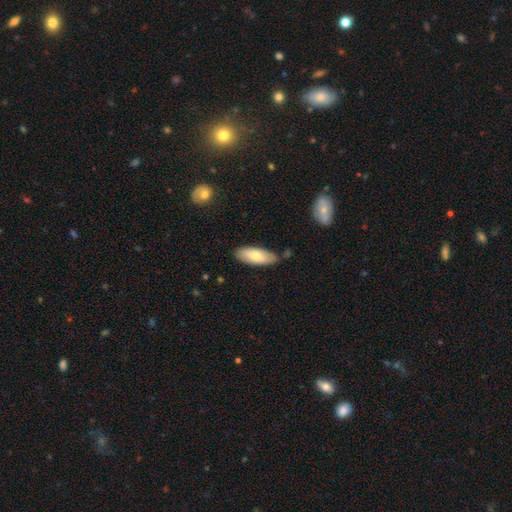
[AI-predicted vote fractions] The model was most divided on "how rounded": in between: 74%, cigar-shaped: 24%, round: 2%. More confident: merging — none (81%); smooth or featured — smooth (78%).